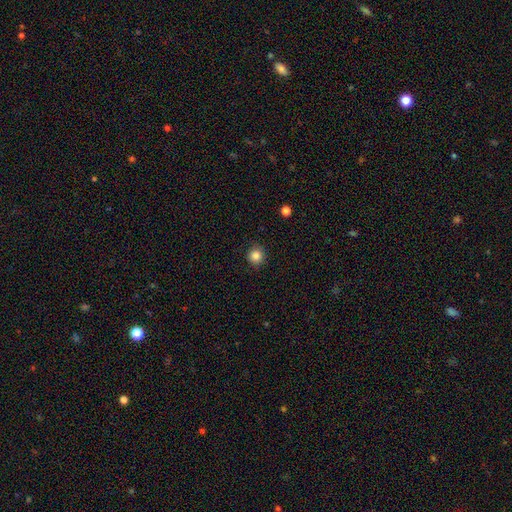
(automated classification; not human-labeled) The model was most divided on "smooth or featured": smooth: 85%, star or artifact: 11%, featured or disk: 4%. More confident: how rounded — round (93%); merging — none (90%).